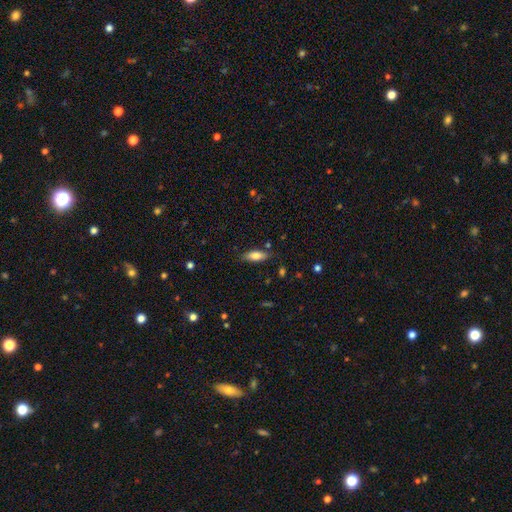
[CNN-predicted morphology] Smooth or featured? smooth (77%)
How rounded? in between (72%)
Merging? none (81%)